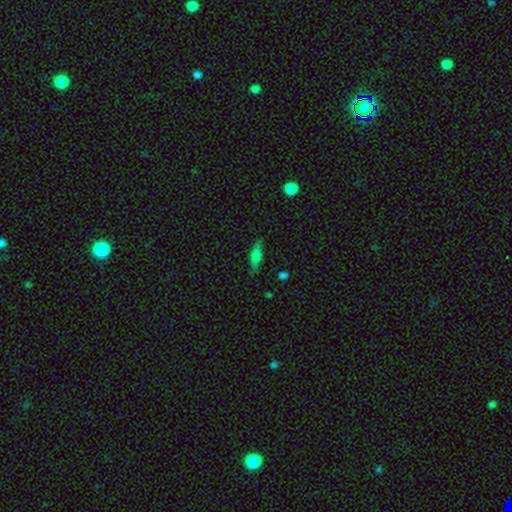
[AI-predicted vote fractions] A smooth galaxy with no disk features (68%) that is cigar-shaped (59%).

Vote fractions:
- Smooth or featured? smooth: 68% / featured or disk: 22% / star or artifact: 10%
- How rounded? cigar-shaped: 59% / in between: 38% / round: 3%
- Merging? none: 78% / minor disturbance: 17% / major disturbance: 3% / merger: 2%